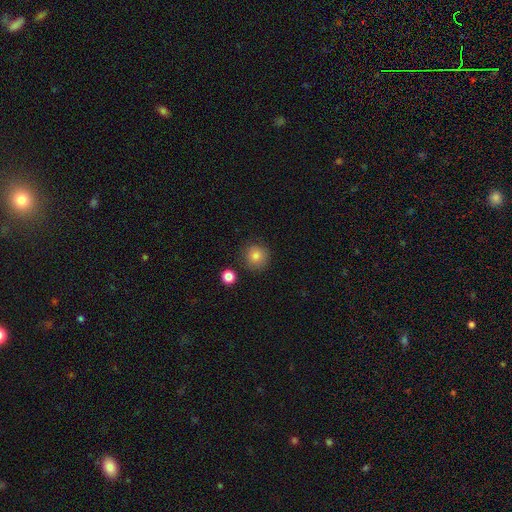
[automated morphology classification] type=smooth (83%); roundness=round (92%); merging=none (85%).